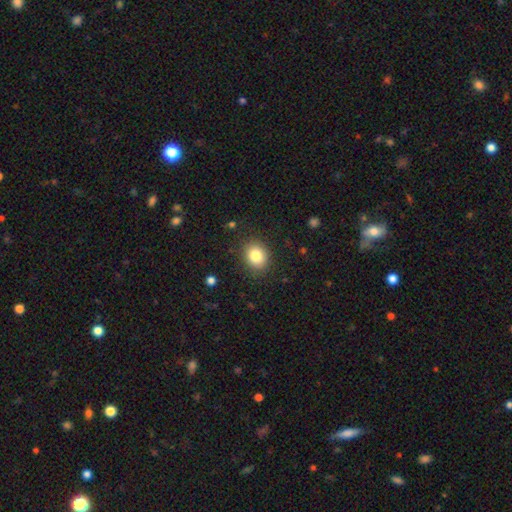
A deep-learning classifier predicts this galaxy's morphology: A smooth galaxy with no disk features (83%) that is round (55%).

Vote fractions:
- Smooth or featured? smooth: 83% / star or artifact: 10% / featured or disk: 7%
- How rounded? round: 55% / in between: 45% / cigar-shaped: 1%
- Merging? none: 86% / minor disturbance: 10% / major disturbance: 3% / merger: 1%